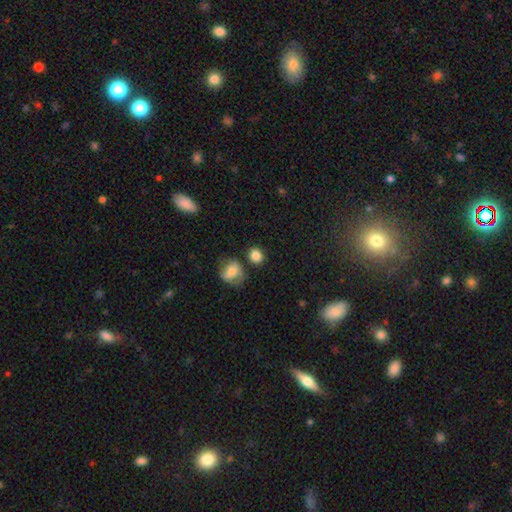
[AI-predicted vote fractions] Morphology: type=smooth (85%); roundness=round (76%); merging=none (74%).